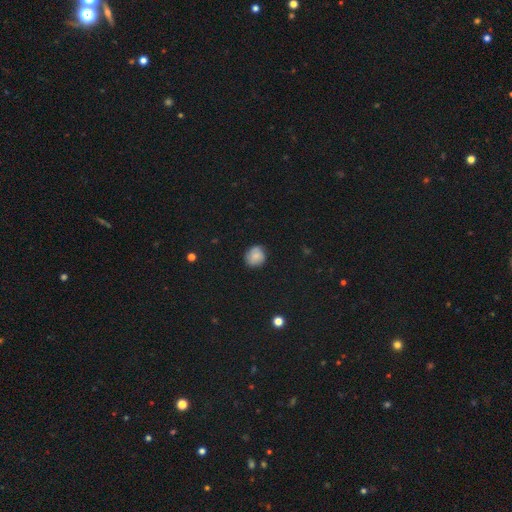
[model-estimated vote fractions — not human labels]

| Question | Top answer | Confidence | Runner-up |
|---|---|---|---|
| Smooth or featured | smooth | 77% | featured or disk (13%) |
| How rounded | round | 82% | in between (17%) |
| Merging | none | 81% | minor disturbance (14%) |